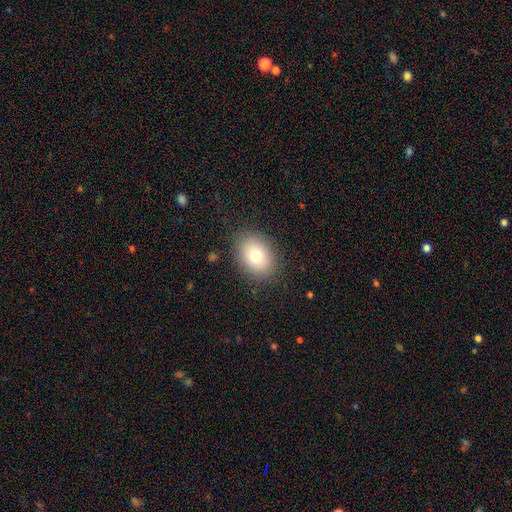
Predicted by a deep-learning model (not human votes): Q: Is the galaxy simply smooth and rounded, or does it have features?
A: smooth — 78%.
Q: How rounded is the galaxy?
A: in between — 65%.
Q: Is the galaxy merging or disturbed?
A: none — 86%.